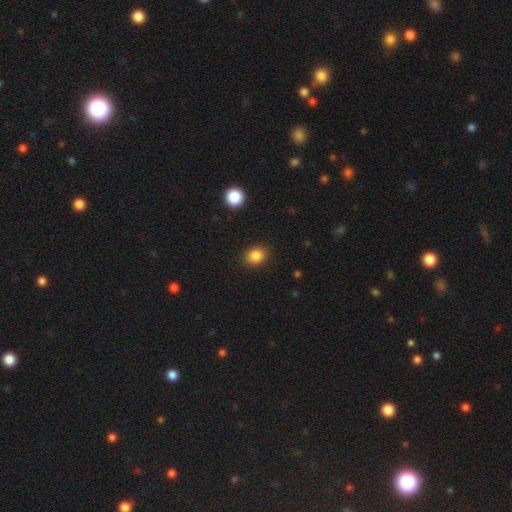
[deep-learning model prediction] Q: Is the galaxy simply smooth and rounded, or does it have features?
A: smooth — 86%.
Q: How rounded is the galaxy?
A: round — 54%.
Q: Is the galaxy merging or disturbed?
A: none — 89%.